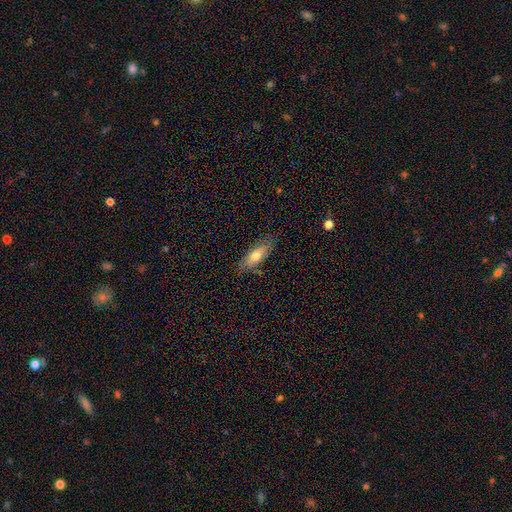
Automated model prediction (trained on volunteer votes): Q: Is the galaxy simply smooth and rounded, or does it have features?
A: smooth — 66%.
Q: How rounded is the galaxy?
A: in between — 65%.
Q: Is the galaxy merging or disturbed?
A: none — 79%.